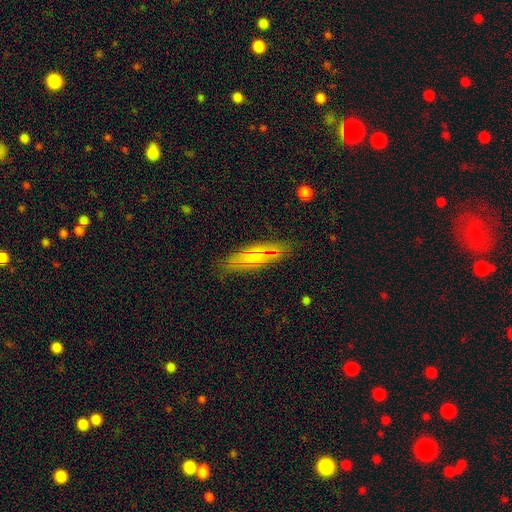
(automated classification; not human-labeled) The model was most divided on "smooth or featured": smooth: 48%, featured or disk: 45%, star or artifact: 7%. More confident: merging — none (77%).